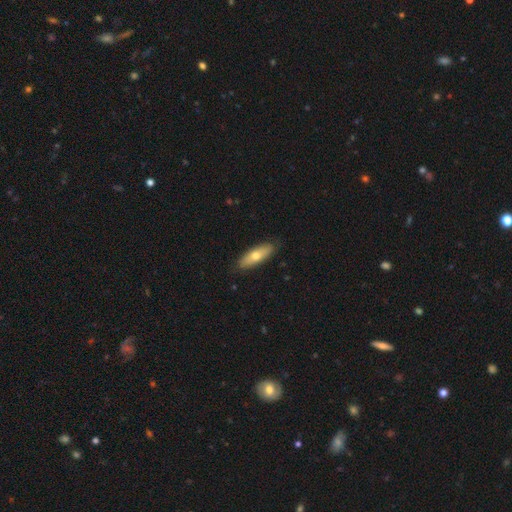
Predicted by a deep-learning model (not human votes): smooth_or_featured: smooth (p=0.64) [alt: featured or disk p=0.30]
how_rounded: in between (p=0.57) [alt: cigar-shaped p=0.41]
merging: none (p=0.87) [alt: minor disturbance p=0.11]